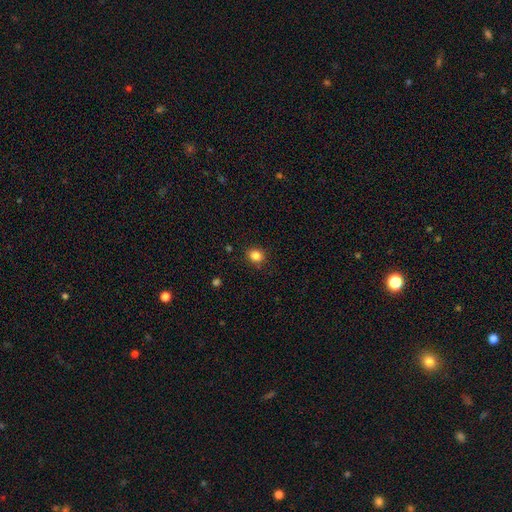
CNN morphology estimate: smooth 84%, star or artifact 11%, featured or disk 5%. Down the decision tree: how rounded — round (71%); merging — none (87%).